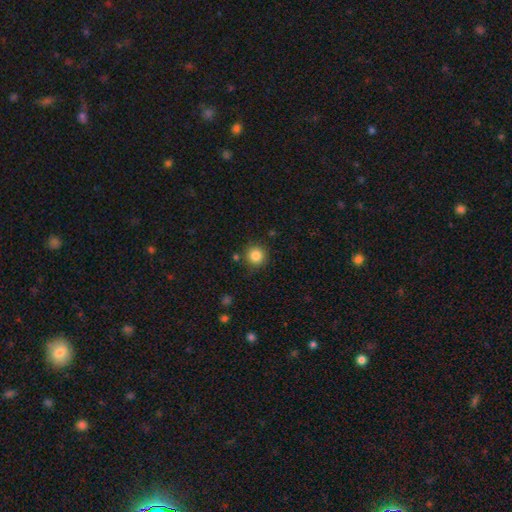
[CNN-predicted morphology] Q: Smooth or featured?
A: smooth (84%); runner-up: star or artifact (11%)
Q: How rounded?
A: round (93%); runner-up: in between (6%)
Q: Merging?
A: none (85%); runner-up: minor disturbance (9%)